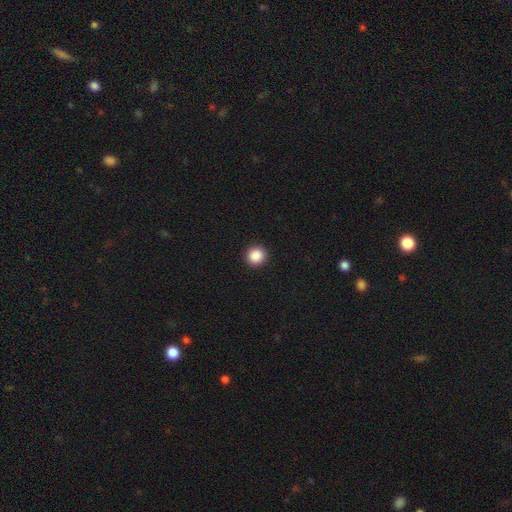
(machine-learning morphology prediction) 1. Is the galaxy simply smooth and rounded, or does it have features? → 88% smooth, 9% star or artifact, 2% featured or disk.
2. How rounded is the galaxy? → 94% round, 5% in between, 1% cigar-shaped.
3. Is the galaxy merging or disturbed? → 93% none, 4% minor disturbance, 2% major disturbance, 1% merger.